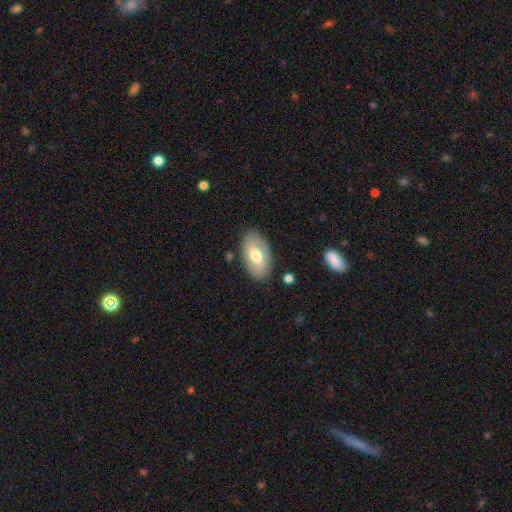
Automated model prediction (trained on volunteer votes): Smooth or featured? Predicted: smooth (p=0.55). How rounded? Predicted: in between (p=0.93). Merging? Predicted: none (p=0.82).